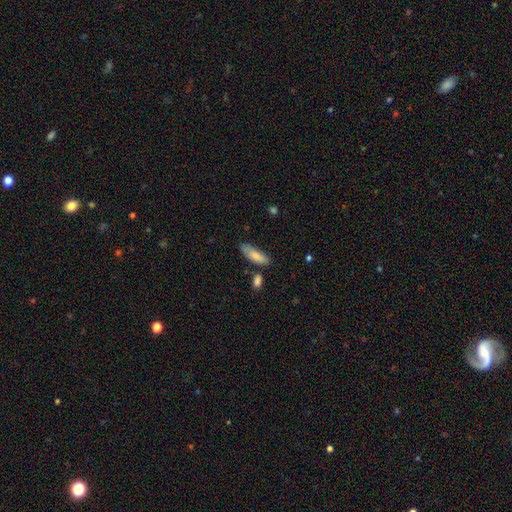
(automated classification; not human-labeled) smooth_or_featured: smooth (p=0.83) [alt: featured or disk p=0.12]
how_rounded: in between (p=0.63) [alt: cigar-shaped p=0.35]
merging: none (p=0.63) [alt: minor disturbance p=0.24]